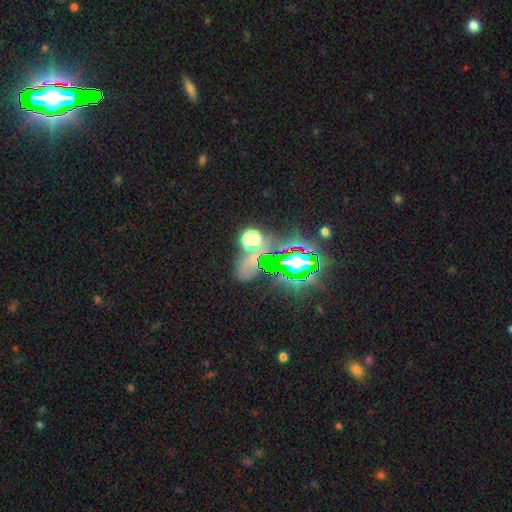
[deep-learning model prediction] Morphology: type=star or artifact (70%).